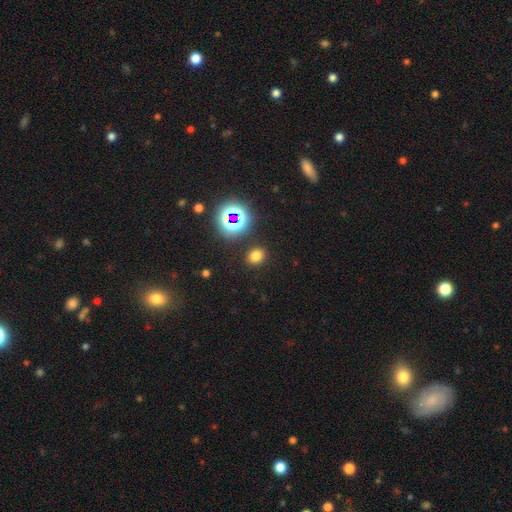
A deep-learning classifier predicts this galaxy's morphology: This is likely a smooth galaxy (72%). How rounded: possibly round (57%). Merging: clearly none (88%).